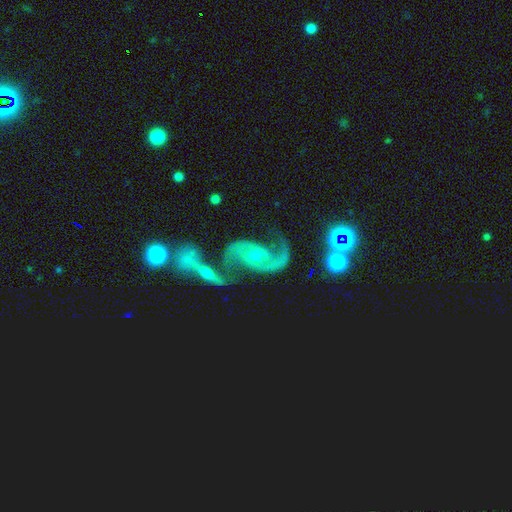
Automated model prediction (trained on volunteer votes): Overall: featured or disk (86%). Edge-on disk: no (97%). Bar: no (47%; weak 39%). Spiral arms: yes (96%). Spiral arm count: 2 (84%). Spiral winding: medium (48%; loose 35%). Bulge size: small (49%; moderate 45%). Merging: merger (33%, tied with none).